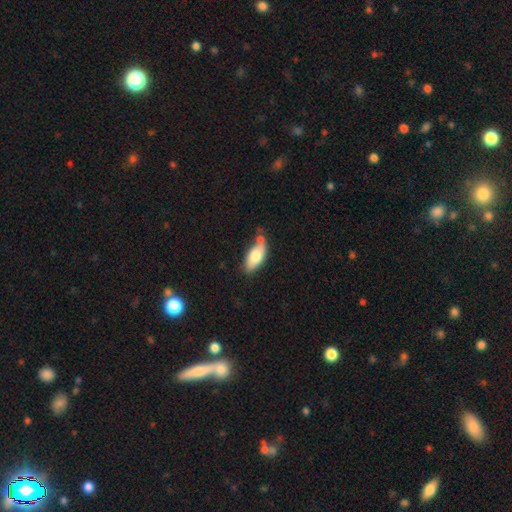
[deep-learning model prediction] Smooth or featured? smooth (75%)
How rounded? in between (89%)
Merging? none (51%)